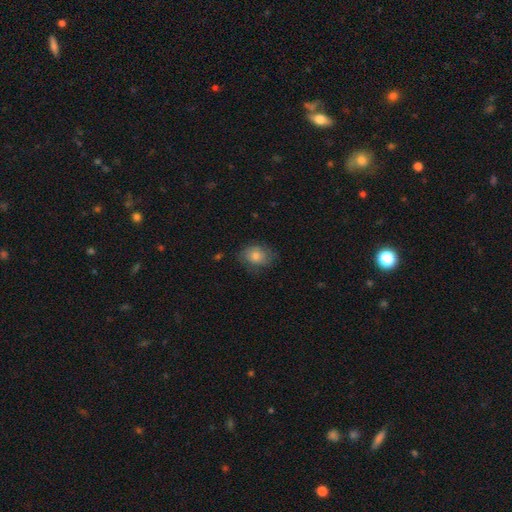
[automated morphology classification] Overall: smooth (65%; featured or disk 25%). How rounded: in between (56%; round 42%). Merging: none (68%).